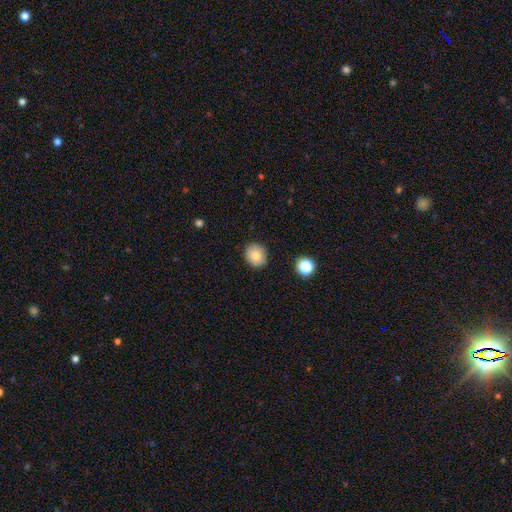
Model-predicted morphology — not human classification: This appears to be a smooth galaxy with no disk features (82%) that is round (80%). Merging: none (88%).